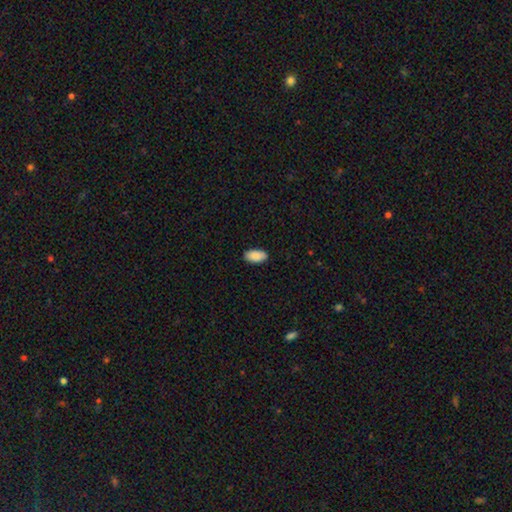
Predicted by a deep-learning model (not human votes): Smooth or featured? Predicted: smooth (p=0.90). How rounded? Predicted: in between (p=0.95). Merging? Predicted: none (p=0.88).